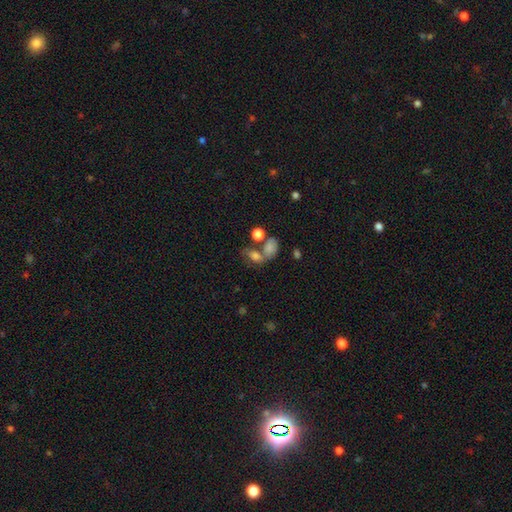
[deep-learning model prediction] The model was most divided on "merging": merger: 42%, none: 36%, minor disturbance: 12%, major disturbance: 10%. More confident: how rounded — in between (62%); smooth or featured — smooth (52%).